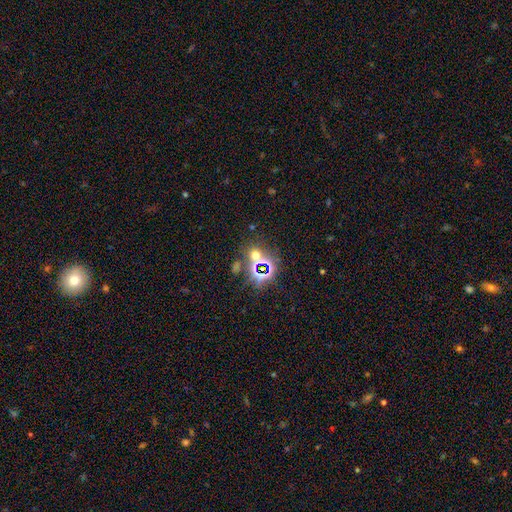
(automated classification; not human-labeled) Smooth or featured? star or artifact (57%)